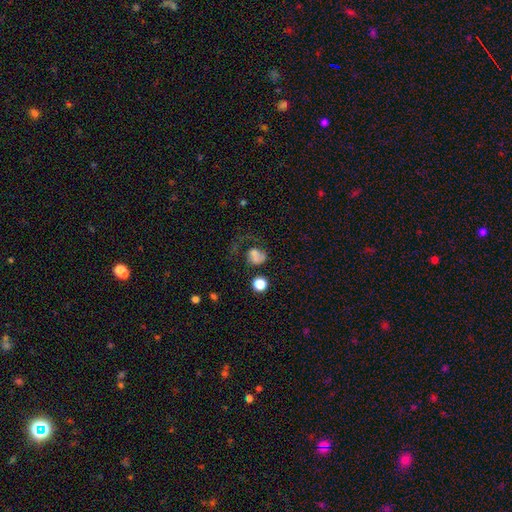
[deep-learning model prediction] This is likely a smooth galaxy (61%). How rounded: likely round (61%). Merging: marginally major disturbance (41%).